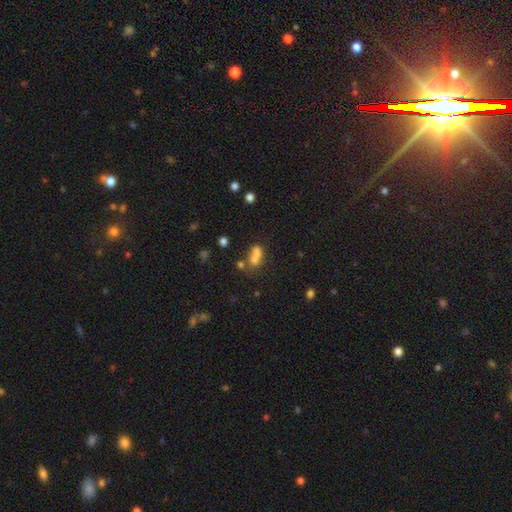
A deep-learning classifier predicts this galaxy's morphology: Smooth or featured: smooth — 65% (featured or disk — 19%)
How rounded: in between — 64% (round — 29%)
Merging: merger — 51% (none — 28%)